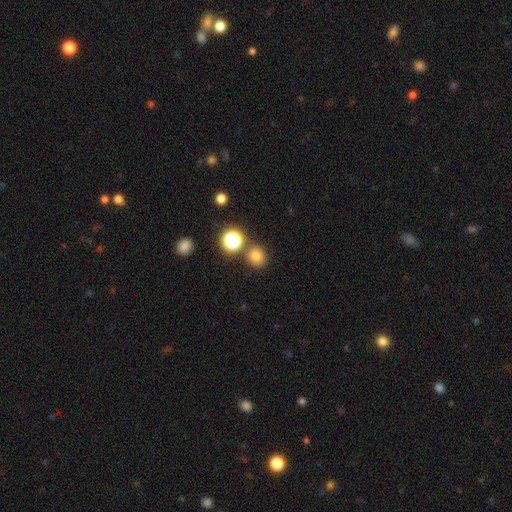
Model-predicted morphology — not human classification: Smooth or featured? smooth (76%)
How rounded? round (85%)
Merging? none (80%)